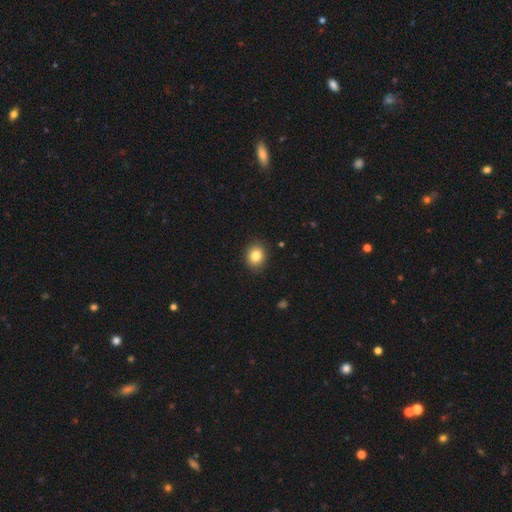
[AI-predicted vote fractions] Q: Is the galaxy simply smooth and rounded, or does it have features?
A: smooth — 84%.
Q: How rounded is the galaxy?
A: round — 59%.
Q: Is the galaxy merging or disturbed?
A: none — 89%.